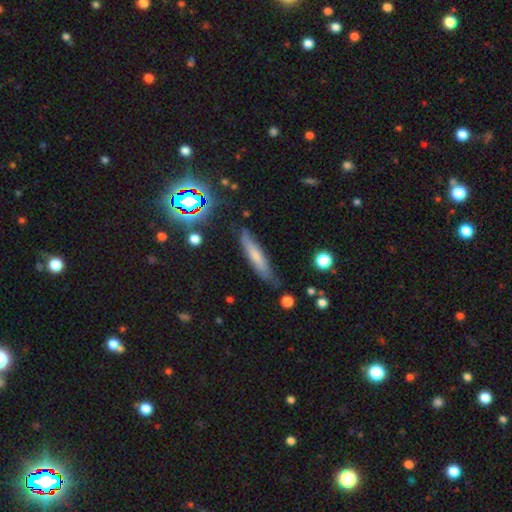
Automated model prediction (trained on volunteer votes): smooth 62%, featured or disk 28%, star or artifact 10%. Down the decision tree: how rounded — cigar-shaped (83%); merging — none (72%).